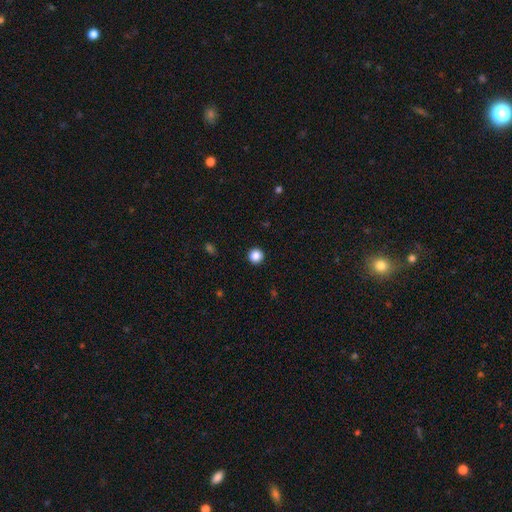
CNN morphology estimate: This is clearly a smooth galaxy (87%). How rounded: clearly round (96%). Merging: clearly none (93%).